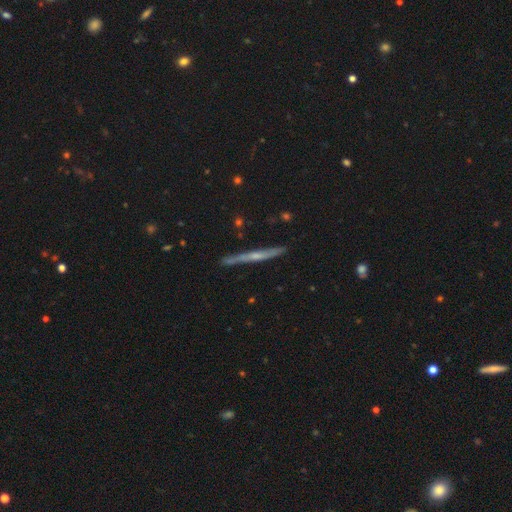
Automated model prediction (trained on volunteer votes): A featured or disk galaxy (72%) viewed edge-on (97%) with a rounded central bulge (56%). Merging: none (87%).